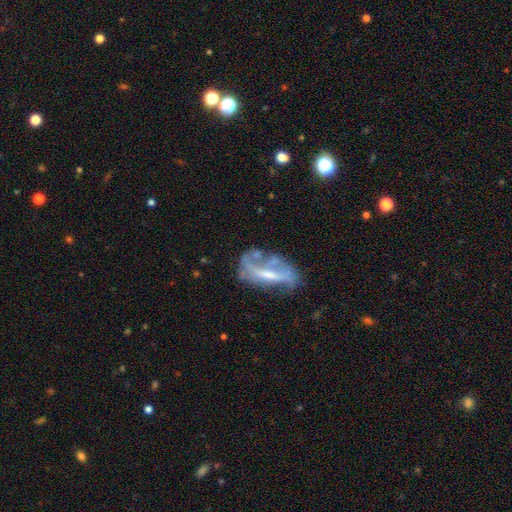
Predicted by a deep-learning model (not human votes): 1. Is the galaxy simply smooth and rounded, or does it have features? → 65% featured or disk, 26% smooth, 9% star or artifact.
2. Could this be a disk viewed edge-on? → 83% no, 17% yes.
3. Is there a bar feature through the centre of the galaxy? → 37% no, 34% weak, 29% strong.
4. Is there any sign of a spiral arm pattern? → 53% no, 47% yes.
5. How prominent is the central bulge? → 40% moderate, 33% small, 21% none, 6% large, 1% dominant.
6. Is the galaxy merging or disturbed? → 37% none, 30% major disturbance, 23% minor disturbance, 10% merger.